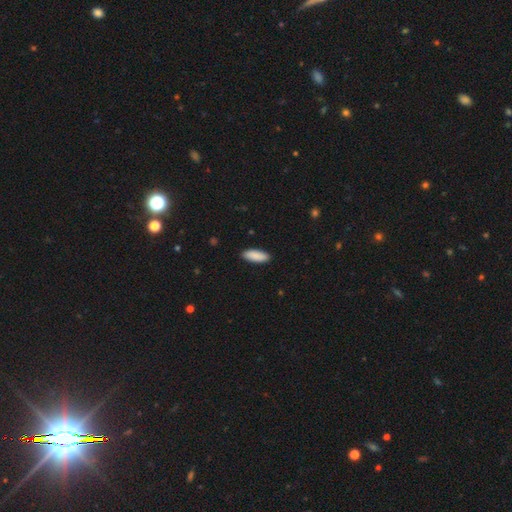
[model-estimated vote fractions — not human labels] smooth 91%, star or artifact 5%, featured or disk 4%. Down the decision tree: how rounded — in between (71%); merging — none (91%).